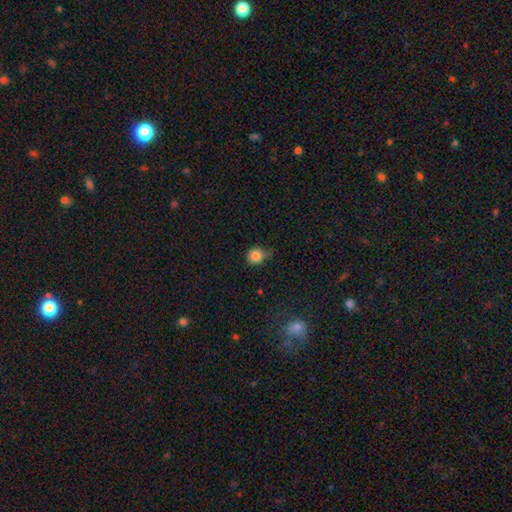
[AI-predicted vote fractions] A smooth galaxy with no disk features (84%) that is round (84%).

Vote fractions:
- Smooth or featured? smooth: 84% / star or artifact: 11% / featured or disk: 5%
- How rounded? round: 84% / in between: 15% / cigar-shaped: 1%
- Merging? none: 64% / minor disturbance: 28% / major disturbance: 6% / merger: 2%